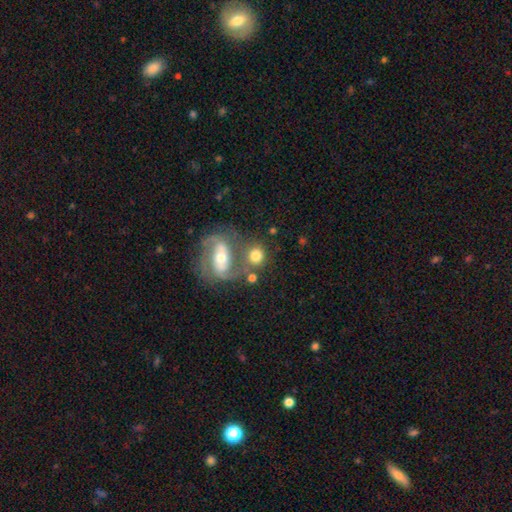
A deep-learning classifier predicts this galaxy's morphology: Smooth or featured: smooth — 58% (featured or disk — 32%)
How rounded: round — 71% (in between — 27%)
Merging: none — 46% (merger — 35%)